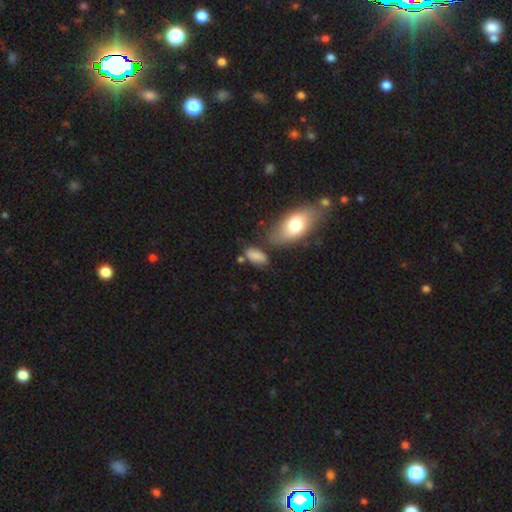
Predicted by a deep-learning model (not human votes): A smooth galaxy with no disk features (79%) that is in between round and cigar-shaped (88%).

Vote fractions:
- Smooth or featured? smooth: 79% / featured or disk: 11% / star or artifact: 10%
- How rounded? in between: 88% / cigar-shaped: 6% / round: 5%
- Merging? none: 58% / minor disturbance: 21% / merger: 13% / major disturbance: 8%